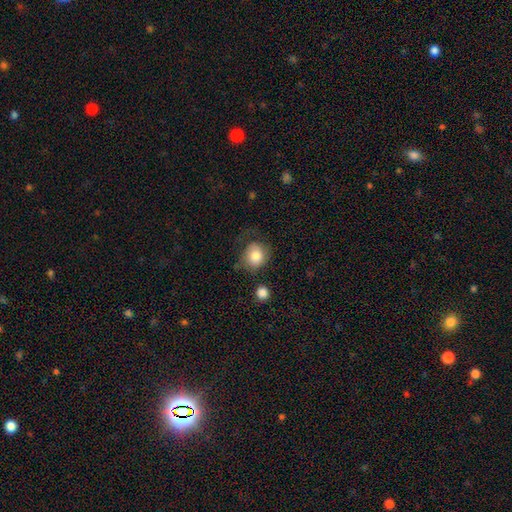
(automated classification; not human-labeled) This is clearly a smooth galaxy (80%). How rounded: likely round (73%). Merging: possibly none (53%).